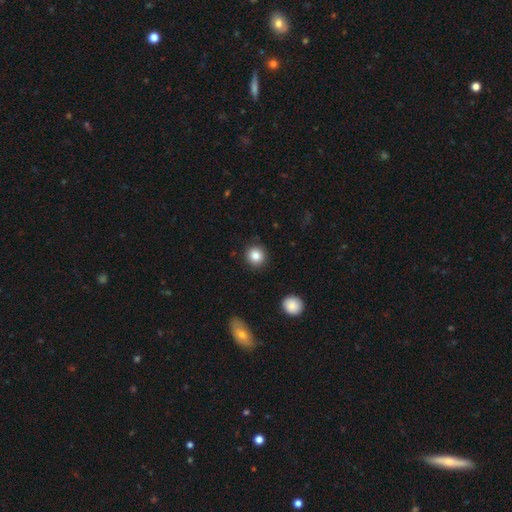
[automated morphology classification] smooth 85%, star or artifact 10%, featured or disk 6%. Down the decision tree: how rounded — round (91%); merging — none (91%).